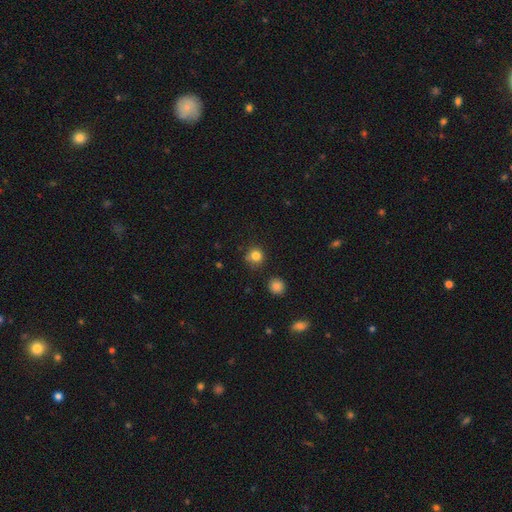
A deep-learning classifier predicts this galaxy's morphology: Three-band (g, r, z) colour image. It shows a smooth galaxy with no disk features (82%) that is round (91%). Merging: none (79%).